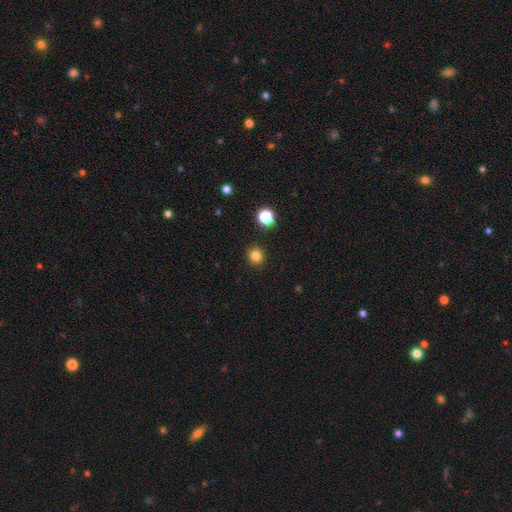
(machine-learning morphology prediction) Smooth or featured: smooth — 82% (star or artifact — 14%)
How rounded: round — 83% (in between — 16%)
Merging: none — 91% (minor disturbance — 6%)